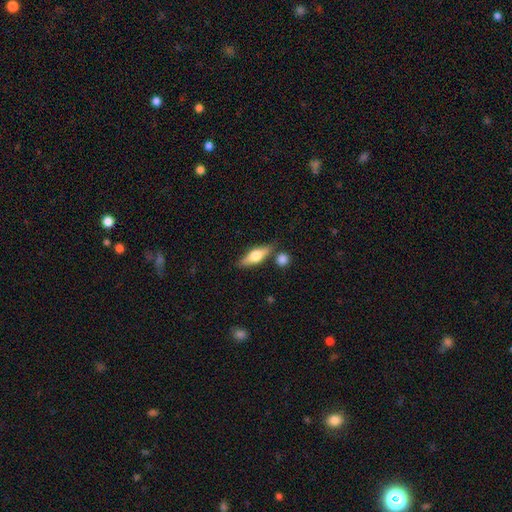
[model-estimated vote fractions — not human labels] Smooth or featured? Predicted: featured or disk (p=0.50). Merging? Predicted: none (p=0.75).